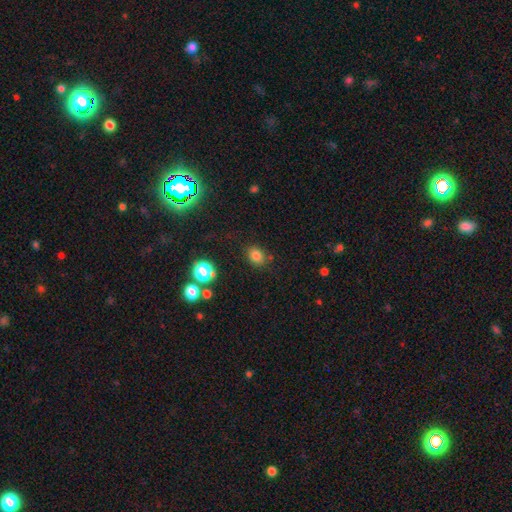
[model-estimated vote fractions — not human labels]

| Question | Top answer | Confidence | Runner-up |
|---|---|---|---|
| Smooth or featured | smooth | 78% | star or artifact (16%) |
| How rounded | round | 53% | in between (46%) |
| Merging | none | 80% | minor disturbance (12%) |